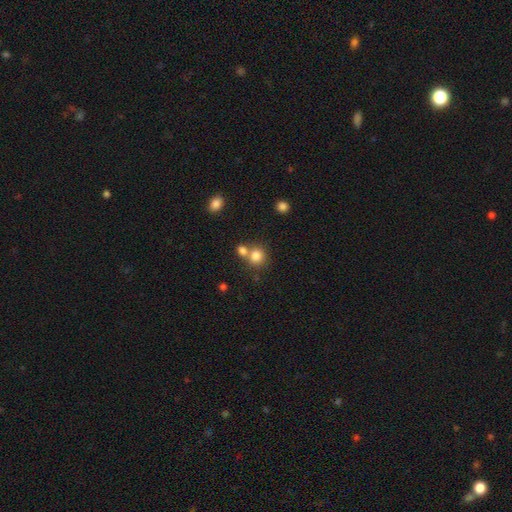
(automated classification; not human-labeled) Overall: smooth (81%). How rounded: round (84%). Merging: none (51%; merger 39%).